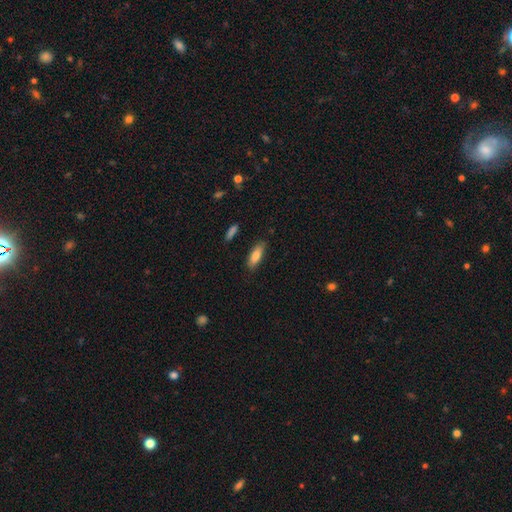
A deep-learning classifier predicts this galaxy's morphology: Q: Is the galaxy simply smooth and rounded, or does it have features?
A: smooth — 80%.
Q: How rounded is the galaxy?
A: in between — 62%.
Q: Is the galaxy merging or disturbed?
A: none — 83%.